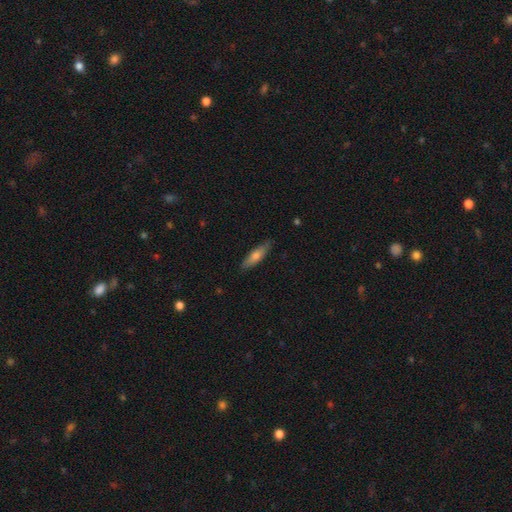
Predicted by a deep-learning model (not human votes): smooth-or-featured: smooth: 65% | featured or disk: 29% | star or artifact: 6%
  how-rounded: cigar-shaped: 68% | in between: 31% | round: 2%
  merging: none: 86% | minor disturbance: 11% | major disturbance: 2% | merger: 1%